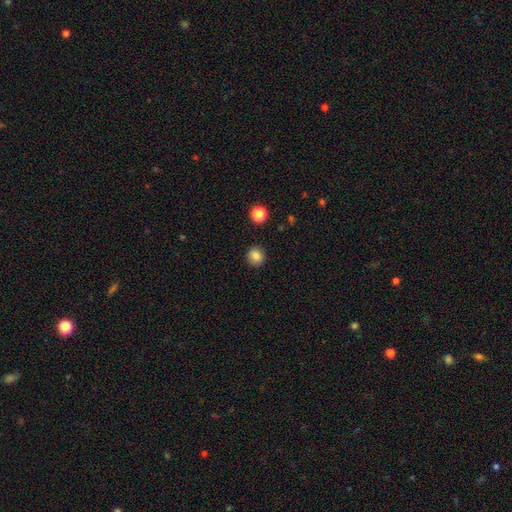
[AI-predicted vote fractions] This is clearly a smooth galaxy (84%). How rounded: clearly round (91%). Merging: clearly none (91%).